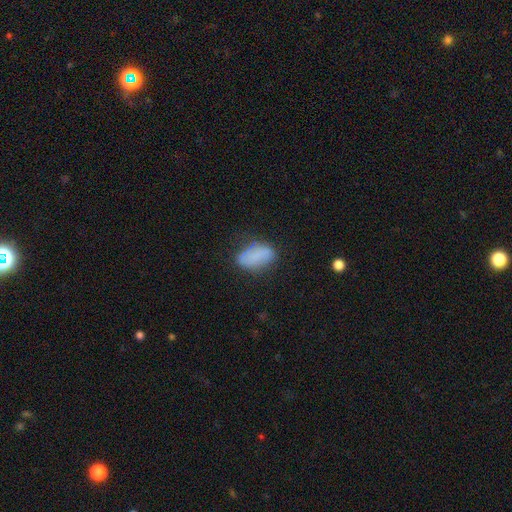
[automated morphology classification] A smooth galaxy with no disk features (78%) that is in between round and cigar-shaped (91%).

Vote fractions:
- Smooth or featured? smooth: 78% / featured or disk: 14% / star or artifact: 9%
- How rounded? in between: 91% / round: 5% / cigar-shaped: 4%
- Merging? none: 64% / minor disturbance: 25% / major disturbance: 8% / merger: 3%